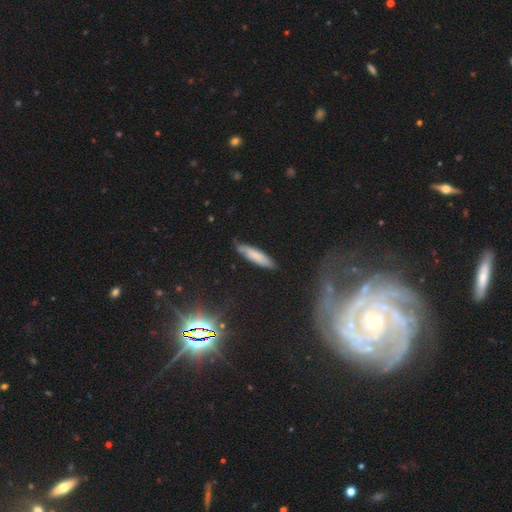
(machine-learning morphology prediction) Smooth or featured? Predicted: smooth (p=0.72). How rounded? Predicted: cigar-shaped (p=0.75). Merging? Predicted: none (p=0.78).